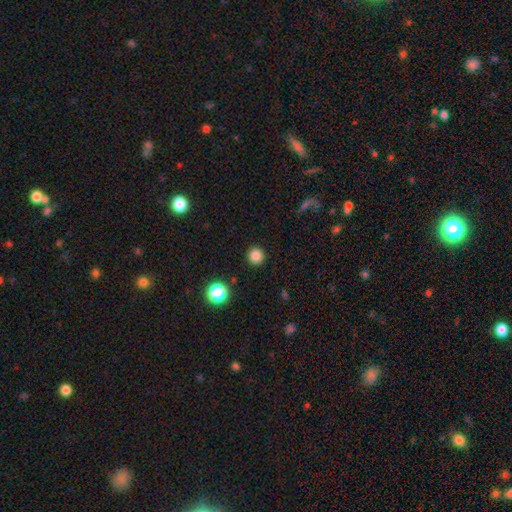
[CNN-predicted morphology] Q: Smooth or featured?
A: smooth (85%); runner-up: star or artifact (12%)
Q: How rounded?
A: round (95%); runner-up: in between (4%)
Q: Merging?
A: none (92%); runner-up: minor disturbance (5%)